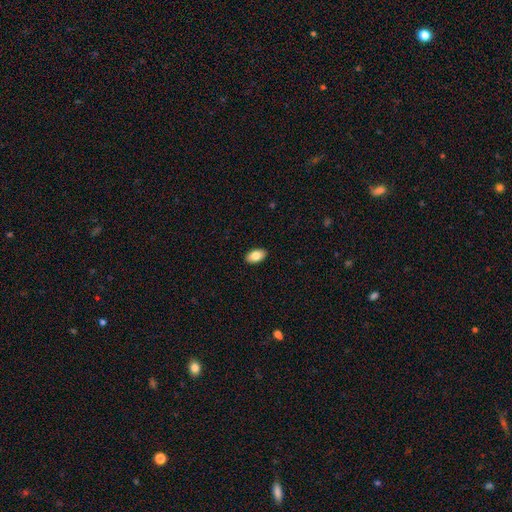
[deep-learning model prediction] A smooth galaxy with no disk features (84%) that is in between round and cigar-shaped (94%).

Vote fractions:
- Smooth or featured? smooth: 84% / featured or disk: 9% / star or artifact: 7%
- How rounded? in between: 94% / round: 5% / cigar-shaped: 2%
- Merging? none: 91% / minor disturbance: 7% / major disturbance: 2% / merger: 1%